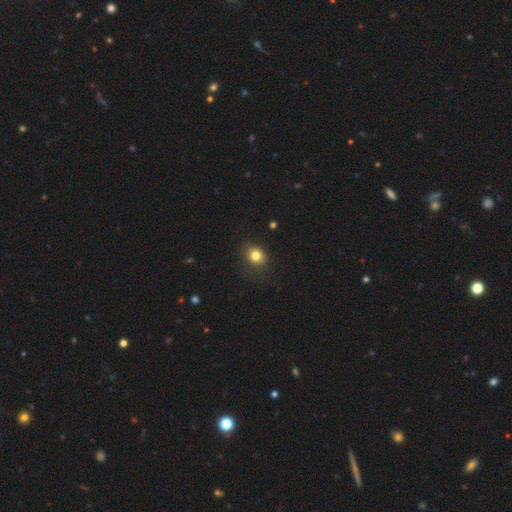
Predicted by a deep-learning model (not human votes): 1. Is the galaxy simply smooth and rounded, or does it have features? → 82% smooth, 12% star or artifact, 7% featured or disk.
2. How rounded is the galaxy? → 64% round, 35% in between, 1% cigar-shaped.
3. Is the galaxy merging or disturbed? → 79% none, 15% minor disturbance, 4% major disturbance, 1% merger.